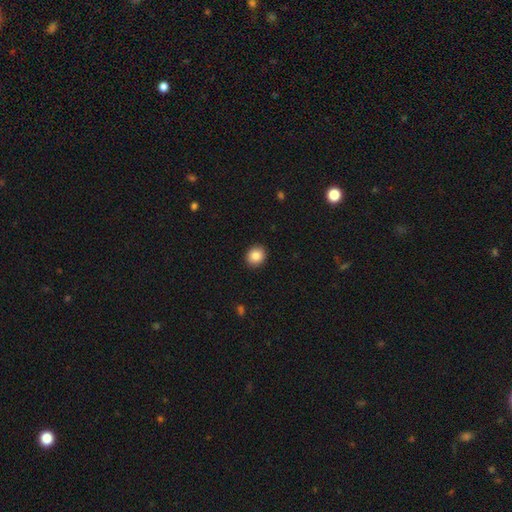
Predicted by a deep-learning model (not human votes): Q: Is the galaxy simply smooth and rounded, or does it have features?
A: smooth — 86%.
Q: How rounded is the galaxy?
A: round — 76%.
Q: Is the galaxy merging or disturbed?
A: none — 91%.